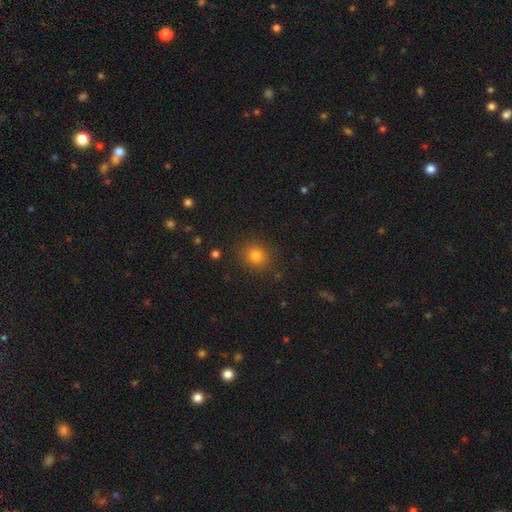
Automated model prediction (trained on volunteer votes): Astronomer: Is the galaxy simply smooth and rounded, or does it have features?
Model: smooth — 81%.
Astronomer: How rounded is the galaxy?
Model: round — 79%.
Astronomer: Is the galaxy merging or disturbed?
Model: none — 87%.